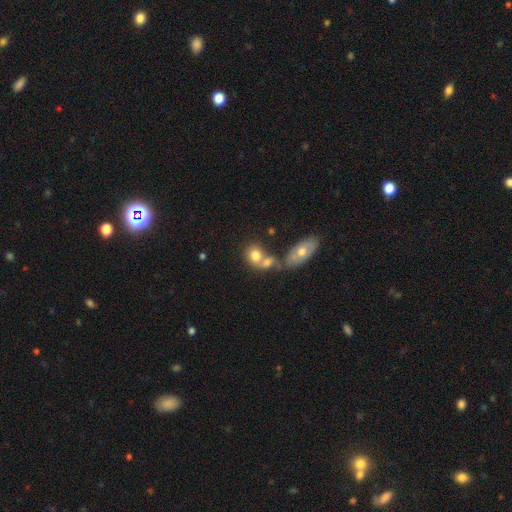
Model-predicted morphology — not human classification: smooth_or_featured: smooth (p=0.70) [alt: featured or disk p=0.21]
how_rounded: in between (p=0.53) [alt: round p=0.45]
merging: merger (p=0.53) [alt: none p=0.31]